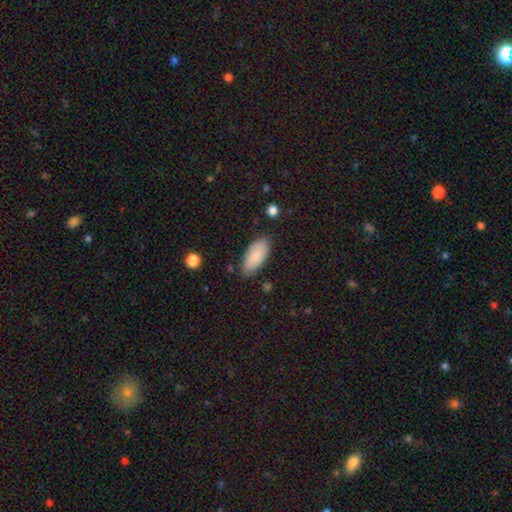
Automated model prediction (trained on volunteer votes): Overall: smooth (86%). How rounded: in between (89%). Merging: none (81%).